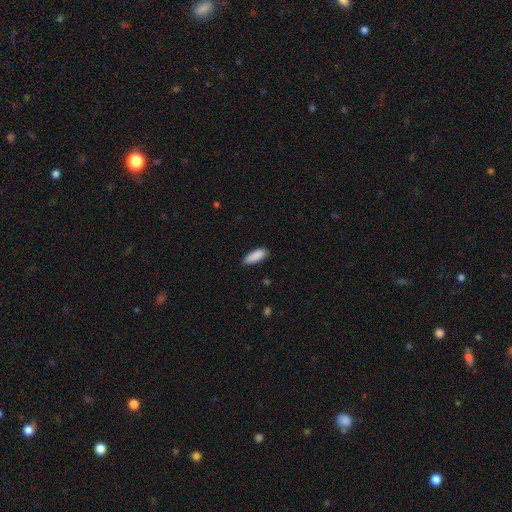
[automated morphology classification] Overall: smooth (90%). How rounded: in between (65%; cigar-shaped 33%). Merging: none (81%).